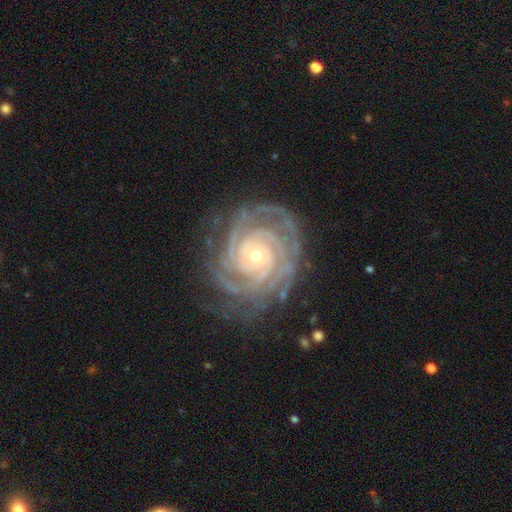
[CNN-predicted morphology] Smooth or featured? Predicted: featured or disk (p=0.92). Edge-on disk? Predicted: no (p=0.98). Bar? Predicted: no (p=0.75). Spiral arms? Predicted: yes (p=0.99). Spiral winding? Predicted: tight (p=0.84). Spiral arm count? Predicted: 4 (p=0.26). Bulge size? Predicted: small (p=0.63). Merging? Predicted: none (p=0.78).